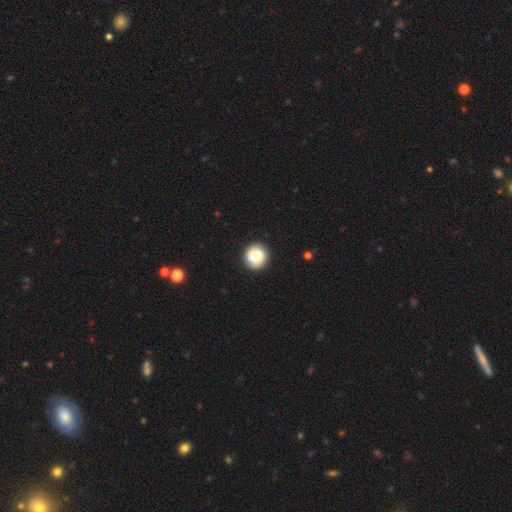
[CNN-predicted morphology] Smooth or featured?
  - smooth: 81% *
  - featured or disk: 12%
  - star or artifact: 8%
How rounded?
  - round: 94% *
  - in between: 6%
  - cigar-shaped: 1%
Merging?
  - none: 88% *
  - minor disturbance: 9%
  - major disturbance: 2%
  - merger: 1%